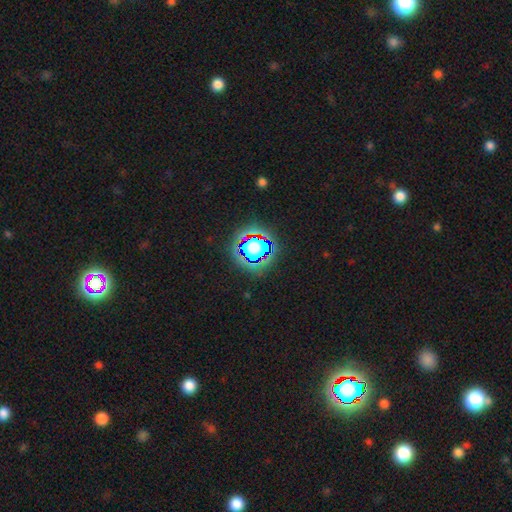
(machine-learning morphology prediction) Smooth or featured?
  - star or artifact: 79% *
  - smooth: 13%
  - featured or disk: 8%